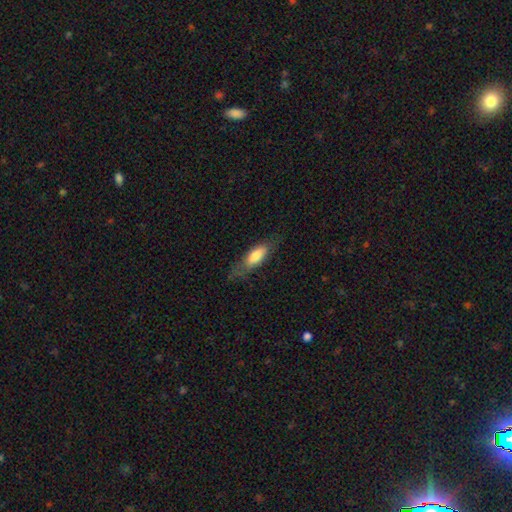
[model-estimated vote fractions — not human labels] Smooth or featured?
  - smooth: 74% *
  - featured or disk: 20%
  - star or artifact: 6%
How rounded?
  - in between: 64% *
  - cigar-shaped: 34%
  - round: 2%
Merging?
  - none: 64% *
  - minor disturbance: 24%
  - major disturbance: 11%
  - merger: 1%